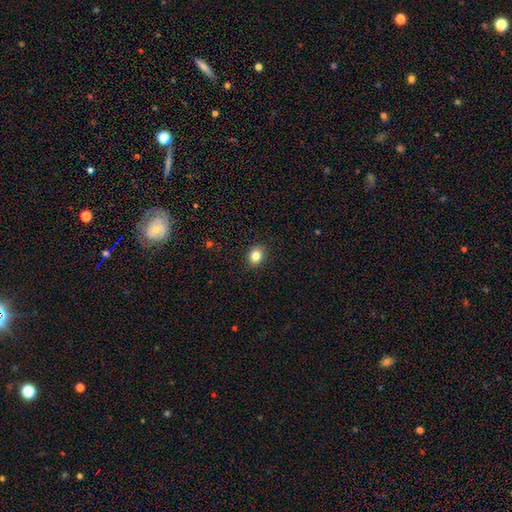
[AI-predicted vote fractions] smooth 82%, star or artifact 11%, featured or disk 7%. Down the decision tree: how rounded — round (60%); merging — none (91%).